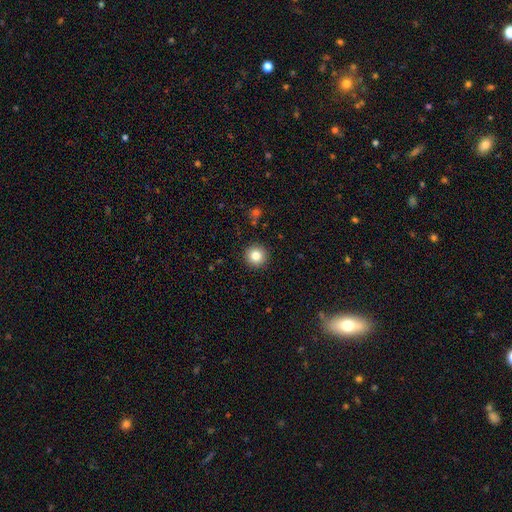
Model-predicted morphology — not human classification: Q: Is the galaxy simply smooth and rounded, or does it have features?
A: smooth — 82%.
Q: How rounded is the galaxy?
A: round — 96%.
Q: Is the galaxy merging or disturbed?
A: none — 92%.